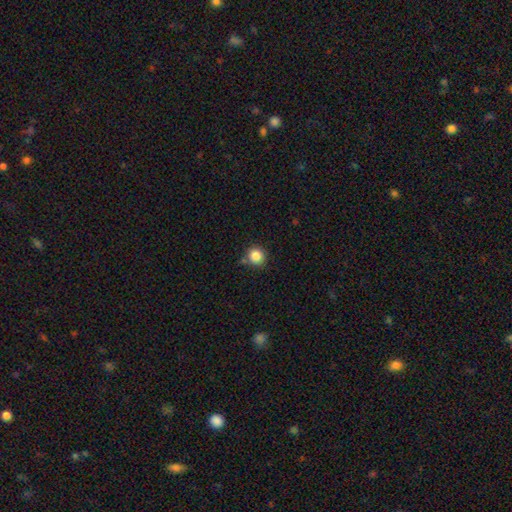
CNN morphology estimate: Smooth or featured?
  - smooth: 85% *
  - star or artifact: 10%
  - featured or disk: 4%
How rounded?
  - round: 91% *
  - in between: 8%
  - cigar-shaped: 1%
Merging?
  - none: 81% *
  - minor disturbance: 11%
  - merger: 5%
  - major disturbance: 3%